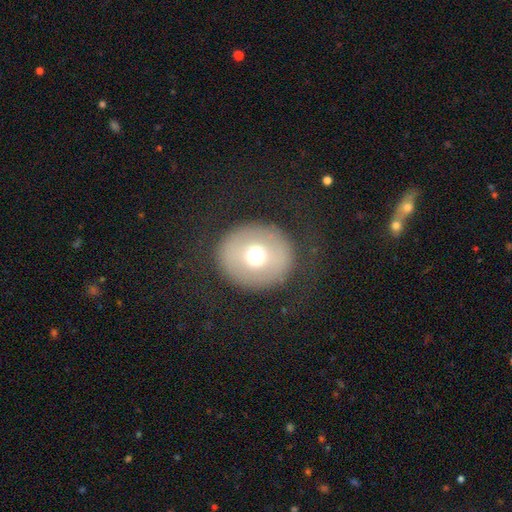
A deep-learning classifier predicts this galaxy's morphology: The model was most divided on "smooth or featured": smooth: 59%, featured or disk: 29%, star or artifact: 12%. More confident: how rounded — round (85%); merging — none (80%).